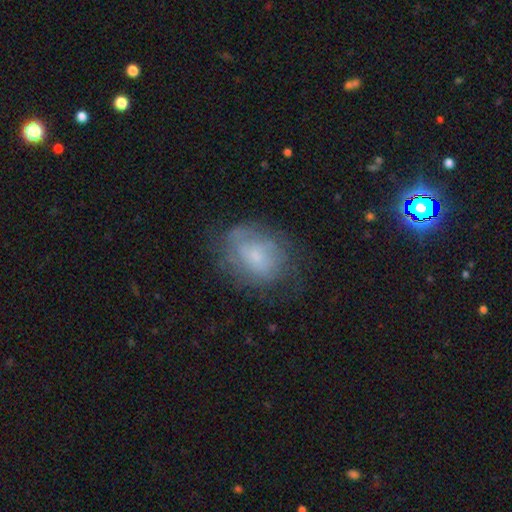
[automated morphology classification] Smooth or featured?
  - smooth: 46% *
  - featured or disk: 44%
  - star or artifact: 10%
Merging?
  - none: 61% *
  - minor disturbance: 23%
  - major disturbance: 14%
  - merger: 2%